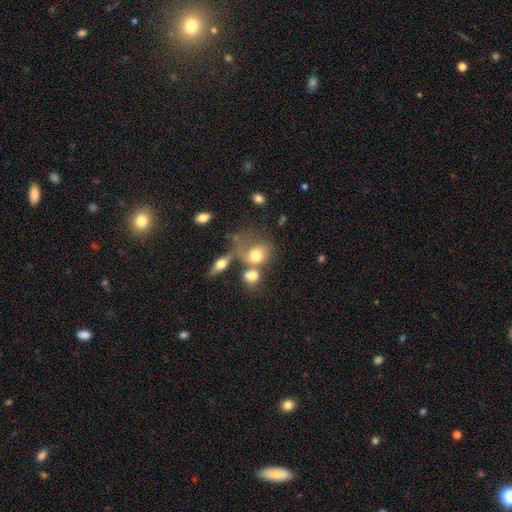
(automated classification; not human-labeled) Smooth or featured?
  - smooth: 67% *
  - featured or disk: 23%
  - star or artifact: 10%
How rounded?
  - round: 51% *
  - in between: 47%
  - cigar-shaped: 2%
Merging?
  - merger: 44% *
  - none: 26%
  - major disturbance: 17%
  - minor disturbance: 13%